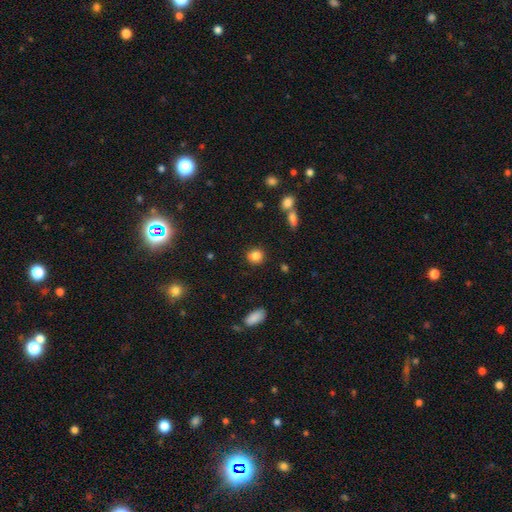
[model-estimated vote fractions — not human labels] smooth_or_featured: smooth (p=0.86) [alt: star or artifact p=0.09]
how_rounded: round (p=0.81) [alt: in between p=0.18]
merging: none (p=0.86) [alt: minor disturbance p=0.09]